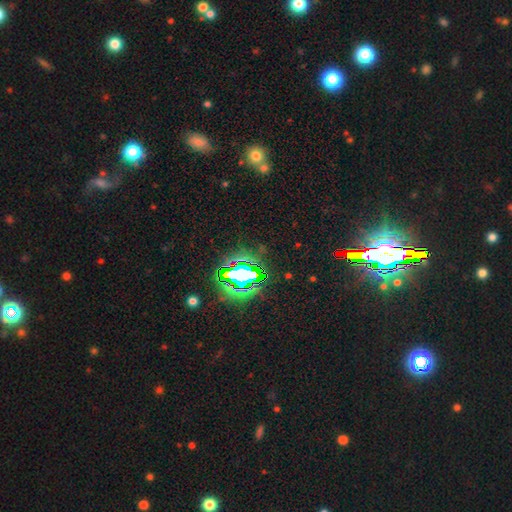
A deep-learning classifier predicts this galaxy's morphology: Smooth or featured? star or artifact (81%)